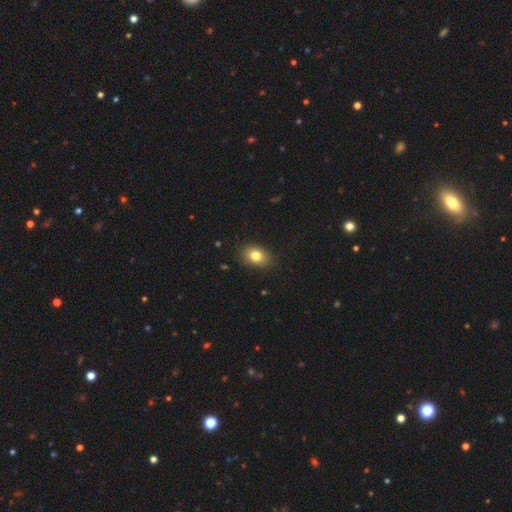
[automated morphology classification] smooth 81%, star or artifact 10%, featured or disk 9%. Down the decision tree: how rounded — in between (70%); merging — none (85%).